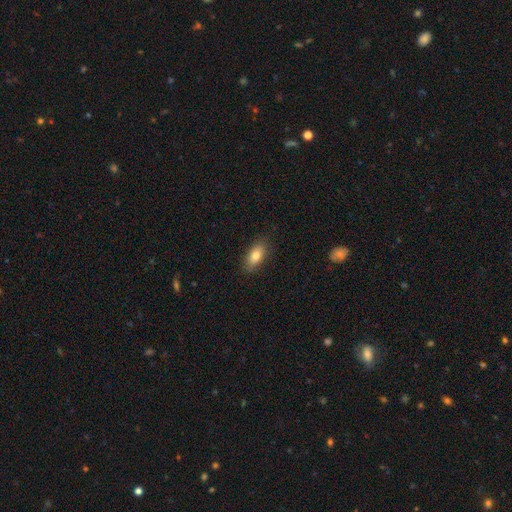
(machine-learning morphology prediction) Smooth or featured? smooth (79%)
How rounded? in between (86%)
Merging? none (84%)